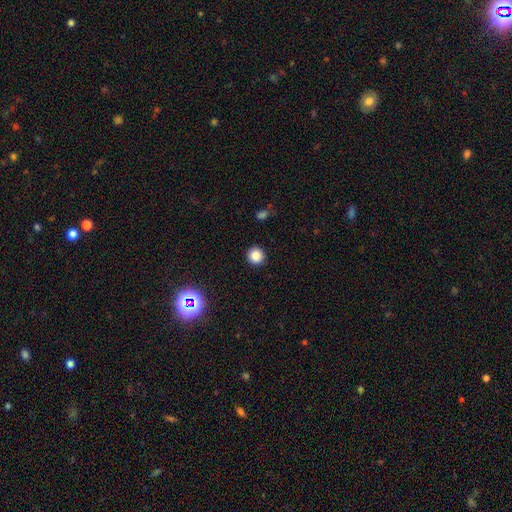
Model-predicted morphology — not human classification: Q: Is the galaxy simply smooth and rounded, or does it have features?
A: smooth — 84%.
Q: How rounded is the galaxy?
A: round — 94%.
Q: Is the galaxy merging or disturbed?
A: none — 92%.